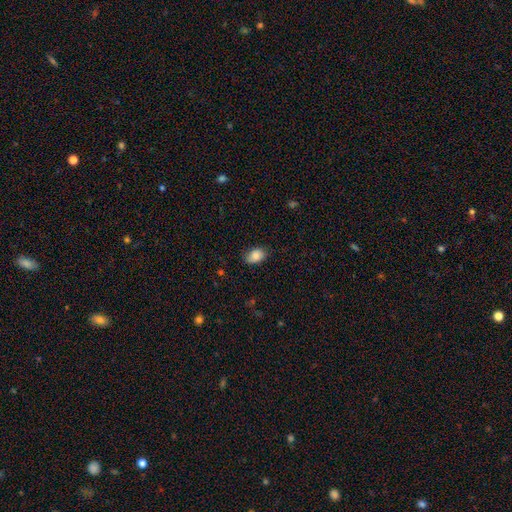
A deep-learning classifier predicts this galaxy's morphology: A smooth galaxy with no disk features (84%) that is in between round and cigar-shaped (87%). Merging: none (80%).